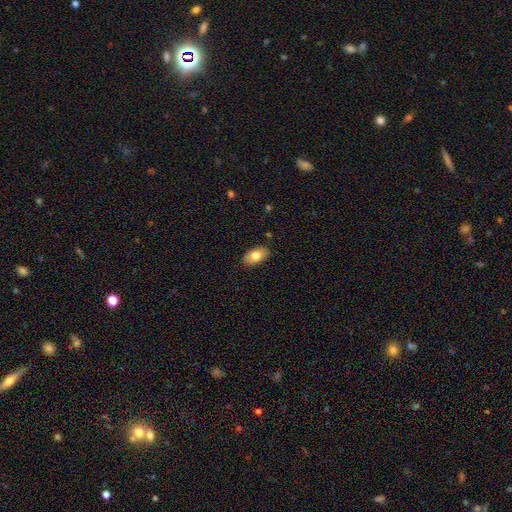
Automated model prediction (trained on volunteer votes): Morphology: type=smooth (79%); roundness=in between (92%); merging=none (86%).